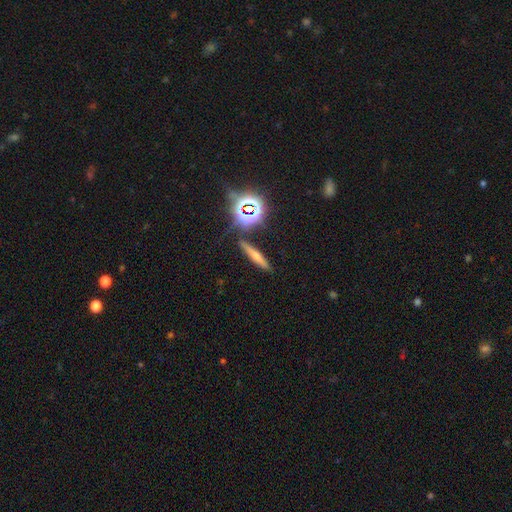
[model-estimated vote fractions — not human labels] Smooth or featured? smooth (51%)
How rounded? cigar-shaped (82%)
Merging? none (83%)